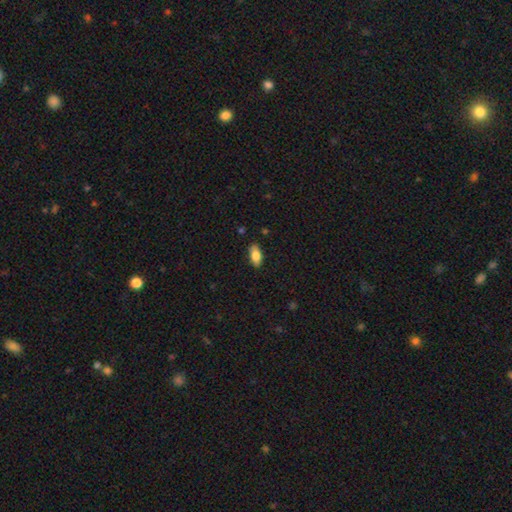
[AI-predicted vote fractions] This is clearly a smooth galaxy (82%). How rounded: clearly in between (87%). Merging: clearly none (88%).